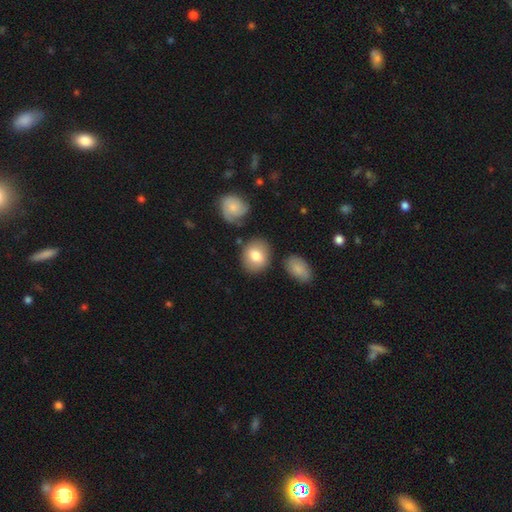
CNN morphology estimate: A smooth galaxy with no disk features (77%) that is round (63%).

Vote fractions:
- Smooth or featured? smooth: 77% / featured or disk: 16% / star or artifact: 7%
- How rounded? round: 63% / in between: 35% / cigar-shaped: 1%
- Merging? none: 77% / minor disturbance: 13% / merger: 6% / major disturbance: 4%